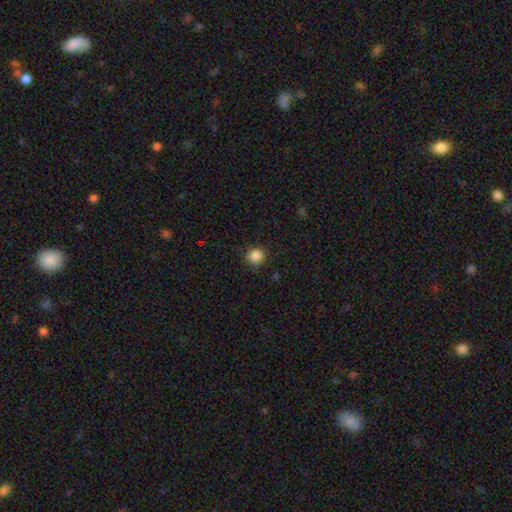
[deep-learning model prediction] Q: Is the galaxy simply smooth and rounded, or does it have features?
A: smooth — 85%.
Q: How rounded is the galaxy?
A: round — 92%.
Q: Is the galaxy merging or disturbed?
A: none — 88%.